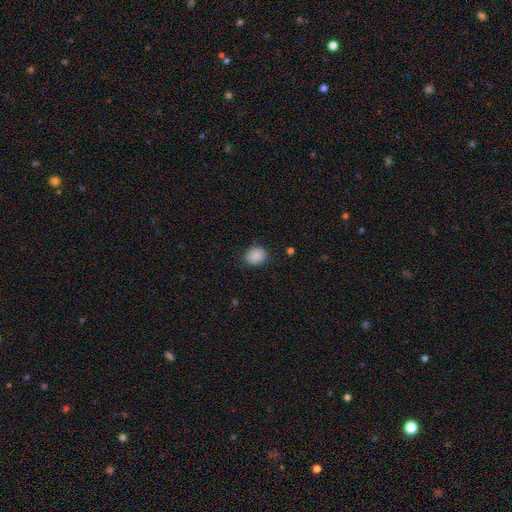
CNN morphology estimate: type=smooth (87%); roundness=round (62%); merging=none (81%).